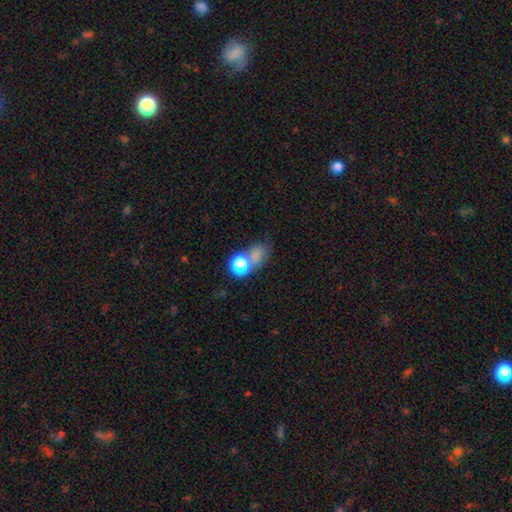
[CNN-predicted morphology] This is likely a smooth galaxy (71%). How rounded: possibly round (53%). Merging: marginally none (41%).